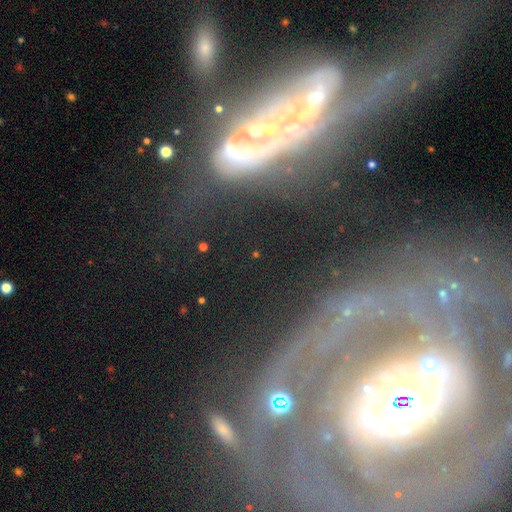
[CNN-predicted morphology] A featured or disk galaxy (74%) with no bar (59%), spiral arms (66%) and a moderate central bulge (43%). Merging: none (36%).